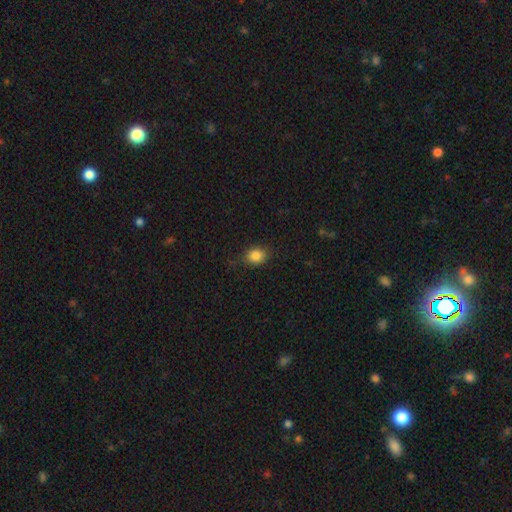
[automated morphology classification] Smooth or featured?
  - smooth: 85% *
  - star or artifact: 10%
  - featured or disk: 5%
How rounded?
  - round: 55% *
  - in between: 44%
  - cigar-shaped: 1%
Merging?
  - none: 82% *
  - minor disturbance: 14%
  - major disturbance: 3%
  - merger: 1%